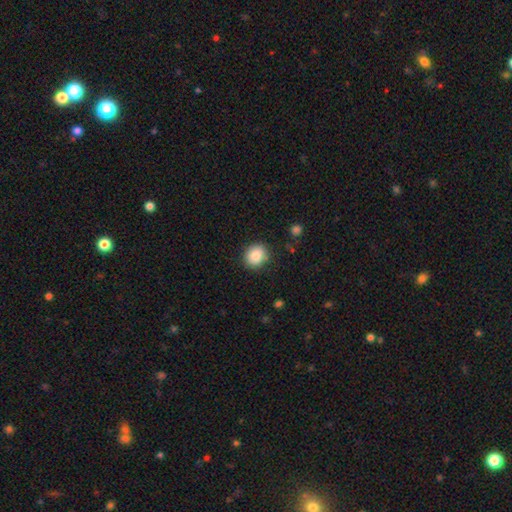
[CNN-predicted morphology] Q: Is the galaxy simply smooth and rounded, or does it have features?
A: smooth — 87%.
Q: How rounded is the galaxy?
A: round — 77%.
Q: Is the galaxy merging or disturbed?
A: none — 85%.